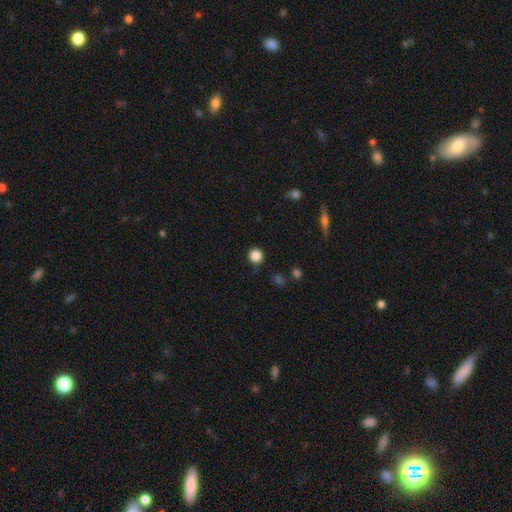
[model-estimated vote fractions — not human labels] Overall: smooth (86%). How rounded: round (95%). Merging: none (89%).